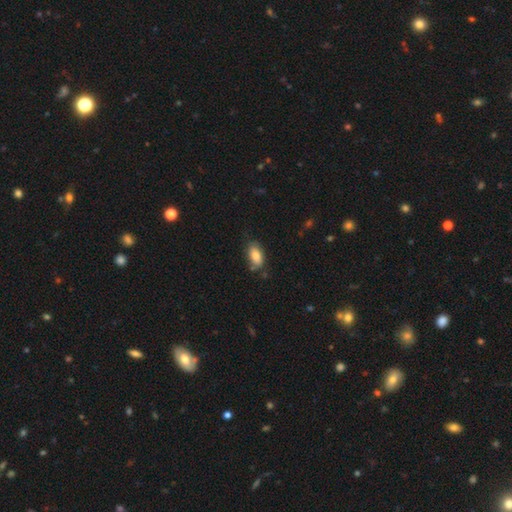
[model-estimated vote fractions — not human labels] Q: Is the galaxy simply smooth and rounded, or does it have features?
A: smooth — 84%.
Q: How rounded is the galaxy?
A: in between — 91%.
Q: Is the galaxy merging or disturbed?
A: none — 69%.